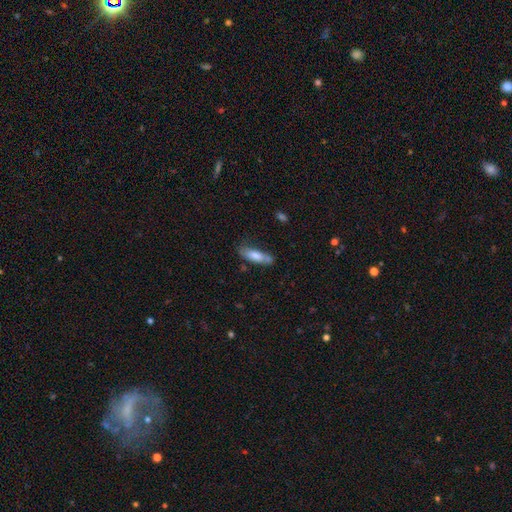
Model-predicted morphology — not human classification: Overall: smooth (75%). How rounded: cigar-shaped (49%, tied with in between). Merging: none (60%; minor disturbance 24%).